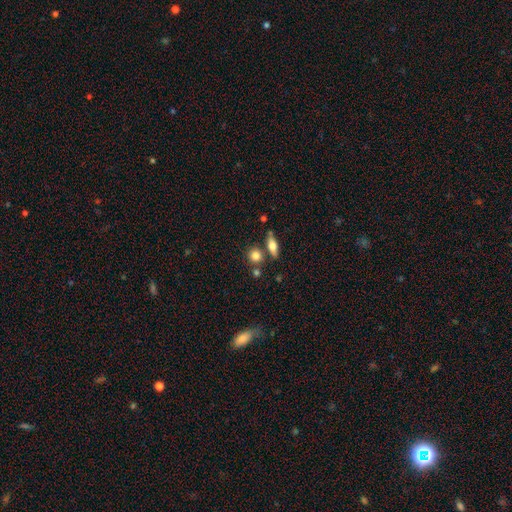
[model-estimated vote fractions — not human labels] Smooth or featured? Predicted: smooth (p=0.79). How rounded? Predicted: round (p=0.72). Merging? Predicted: none (p=0.69).